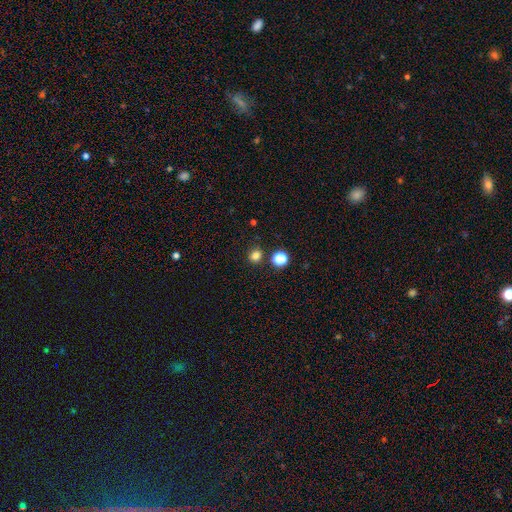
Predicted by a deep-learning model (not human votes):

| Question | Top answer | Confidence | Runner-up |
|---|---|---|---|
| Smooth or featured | smooth | 80% | star or artifact (16%) |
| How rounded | round | 80% | in between (19%) |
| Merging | none | 85% | minor disturbance (7%) |